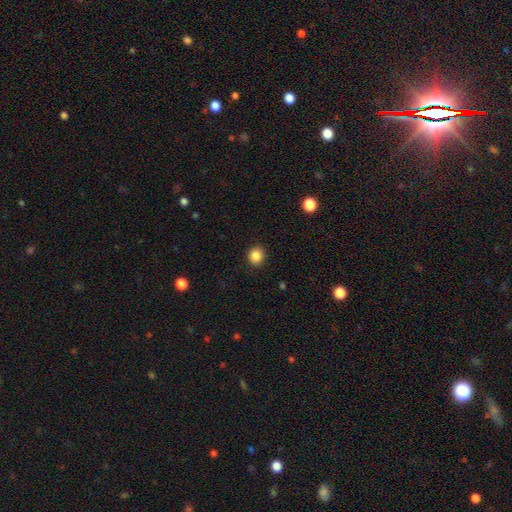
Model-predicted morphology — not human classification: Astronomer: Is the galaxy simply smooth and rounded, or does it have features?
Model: smooth — 87%.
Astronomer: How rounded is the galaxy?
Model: round — 86%.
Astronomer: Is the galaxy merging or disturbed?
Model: none — 91%.